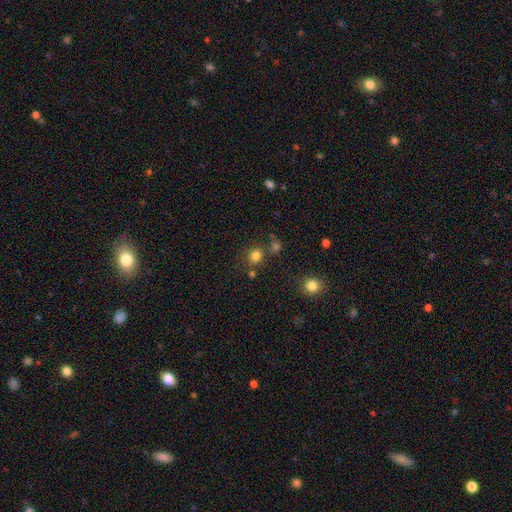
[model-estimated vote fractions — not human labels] smooth_or_featured: smooth (p=0.79) [alt: star or artifact p=0.15]
how_rounded: round (p=0.83) [alt: in between p=0.16]
merging: none (p=0.73) [alt: merger p=0.13]